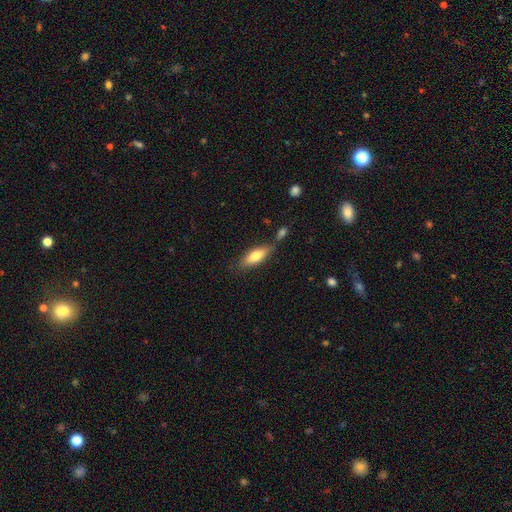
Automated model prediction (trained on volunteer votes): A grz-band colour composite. It shows a smooth galaxy with no disk features (70%) that is in between round and cigar-shaped (63%). Merging: none (69%).